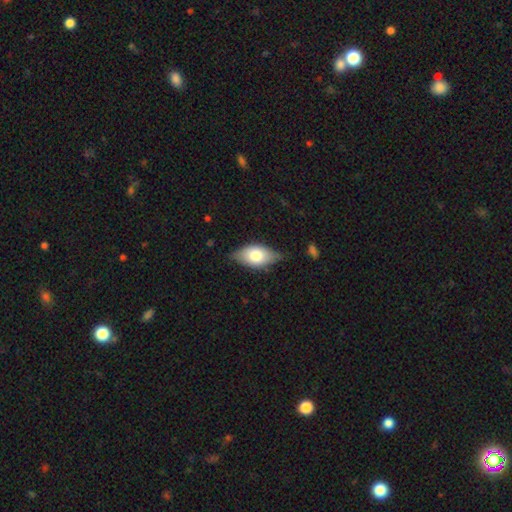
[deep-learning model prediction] smooth 67%, featured or disk 27%, star or artifact 7%. Down the decision tree: how rounded — in between (89%); merging — none (66%).